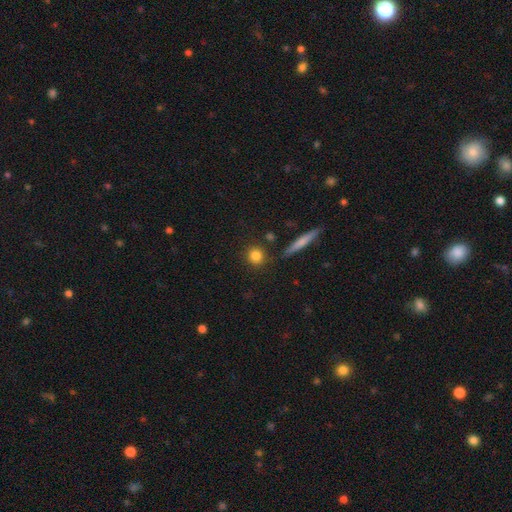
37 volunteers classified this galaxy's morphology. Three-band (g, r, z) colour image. It shows a smooth galaxy with no disk features (81%) that is round (87%). Merging: none (83%).